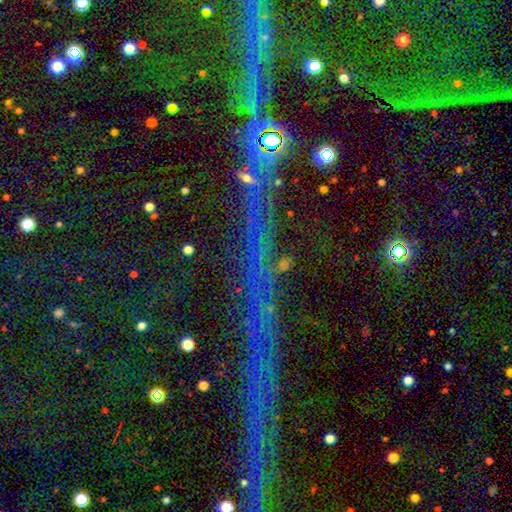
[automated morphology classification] This is likely a star or artifact rather than a galaxy (79%).